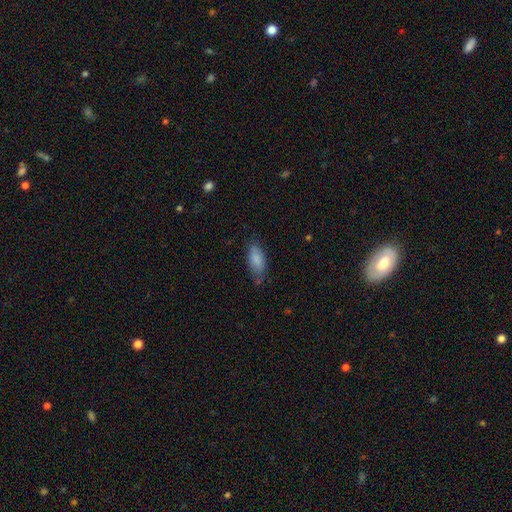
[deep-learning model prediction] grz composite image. It shows a smooth galaxy with no disk features (78%) that is in between round and cigar-shaped (76%). Merging: none (73%).